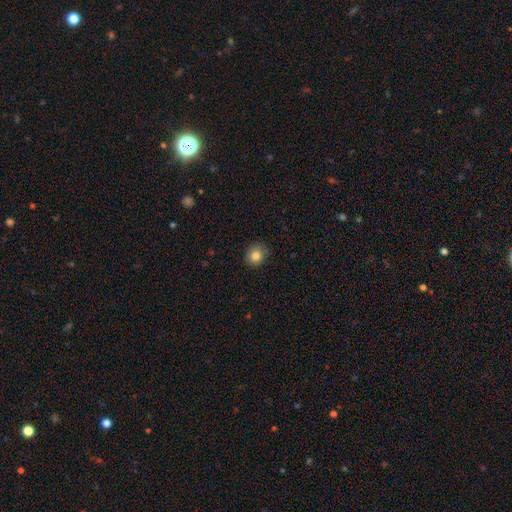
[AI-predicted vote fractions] smooth_or_featured: smooth (p=0.83) [alt: star or artifact p=0.11]
how_rounded: round (p=0.80) [alt: in between p=0.19]
merging: none (p=0.87) [alt: minor disturbance p=0.10]